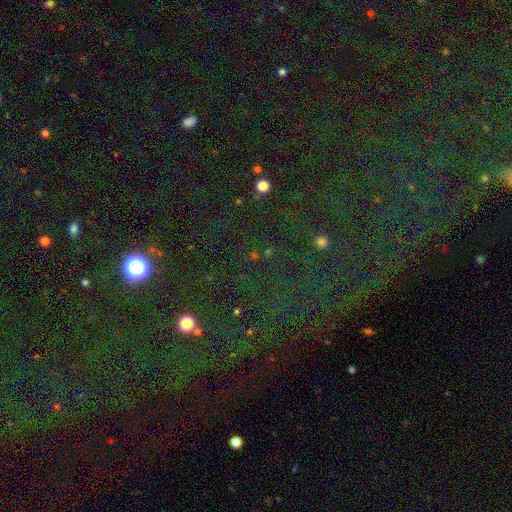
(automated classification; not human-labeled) Smooth or featured?
  - star or artifact: 80% *
  - smooth: 13%
  - featured or disk: 8%